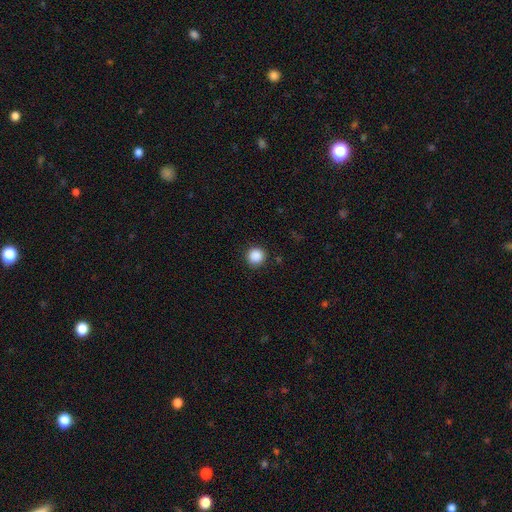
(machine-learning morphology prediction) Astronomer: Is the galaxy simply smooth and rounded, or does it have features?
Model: smooth — 88%.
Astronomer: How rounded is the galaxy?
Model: round — 95%.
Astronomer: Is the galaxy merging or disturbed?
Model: none — 91%.